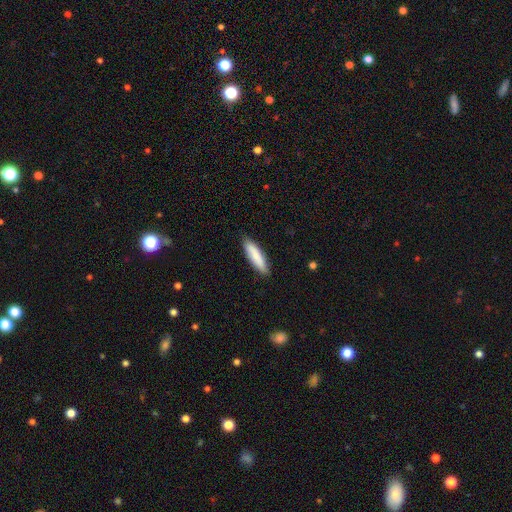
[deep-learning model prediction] smooth-or-featured: smooth: 83% | featured or disk: 12% | star or artifact: 5%
  how-rounded: cigar-shaped: 66% | in between: 33% | round: 1%
  merging: none: 86% | minor disturbance: 11% | major disturbance: 2% | merger: 1%